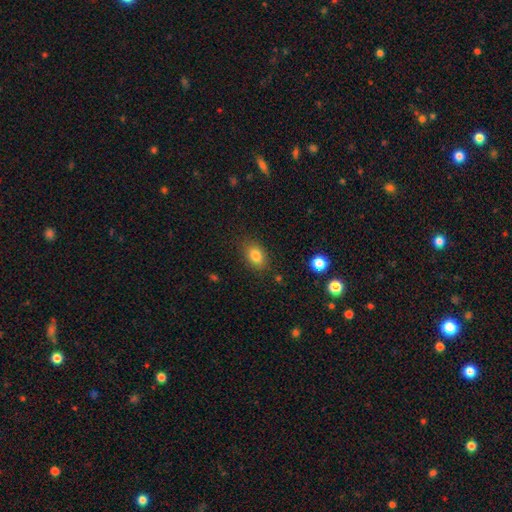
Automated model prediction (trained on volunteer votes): smooth-or-featured: smooth: 83% | star or artifact: 10% | featured or disk: 7%
  how-rounded: in between: 80% | round: 19% | cigar-shaped: 2%
  merging: none: 83% | minor disturbance: 12% | major disturbance: 3% | merger: 2%